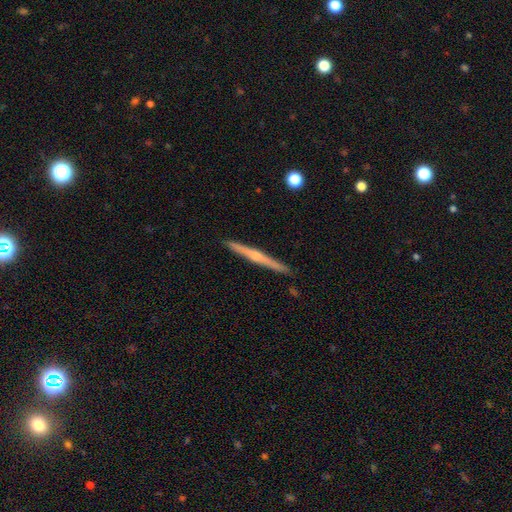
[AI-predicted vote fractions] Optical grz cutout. It shows a featured or disk galaxy (69%) viewed edge-on (98%) with a rounded central bulge (70%). Merging: none (92%).